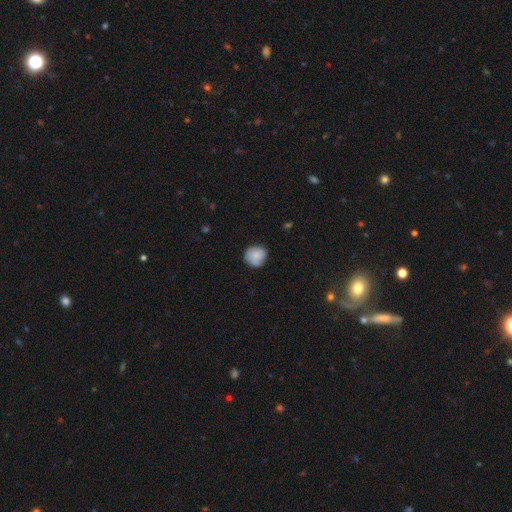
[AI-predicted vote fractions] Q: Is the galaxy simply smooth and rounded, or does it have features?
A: smooth — 78%.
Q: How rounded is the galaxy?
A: round — 84%.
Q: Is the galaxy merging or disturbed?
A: none — 71%.